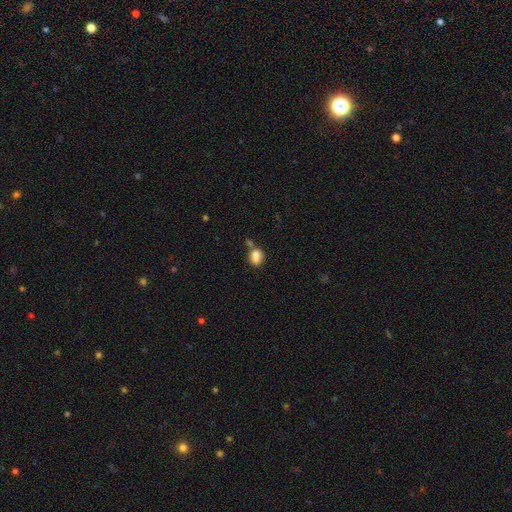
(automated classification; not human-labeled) Q: Smooth or featured?
A: smooth (81%); runner-up: star or artifact (10%)
Q: How rounded?
A: round (50%); runner-up: in between (49%)
Q: Merging?
A: none (48%); runner-up: merger (27%)